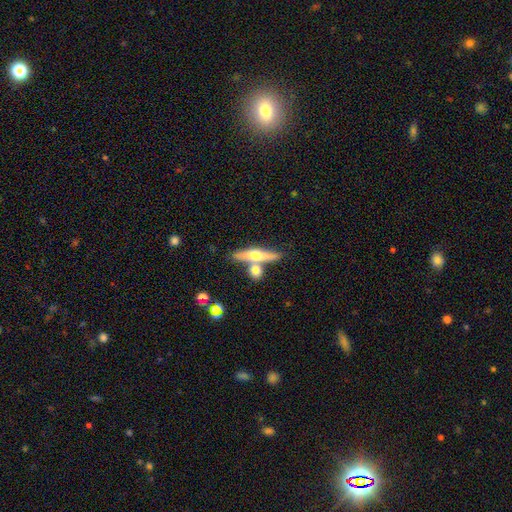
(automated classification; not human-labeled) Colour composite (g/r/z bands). It shows a featured or disk galaxy (47%, tied with smooth). Merging: none (57%).